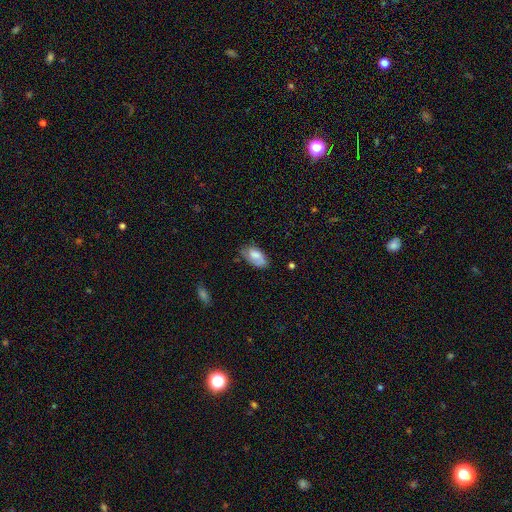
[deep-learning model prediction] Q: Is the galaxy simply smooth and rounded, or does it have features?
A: smooth — 67%.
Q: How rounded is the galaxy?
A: in between — 93%.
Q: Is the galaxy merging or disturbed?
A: none — 57%.